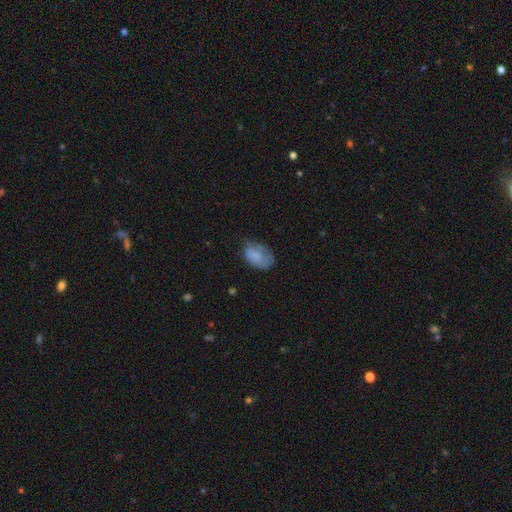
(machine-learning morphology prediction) Overall: smooth (77%). How rounded: in between (86%). Merging: none (49%; minor disturbance 33%).